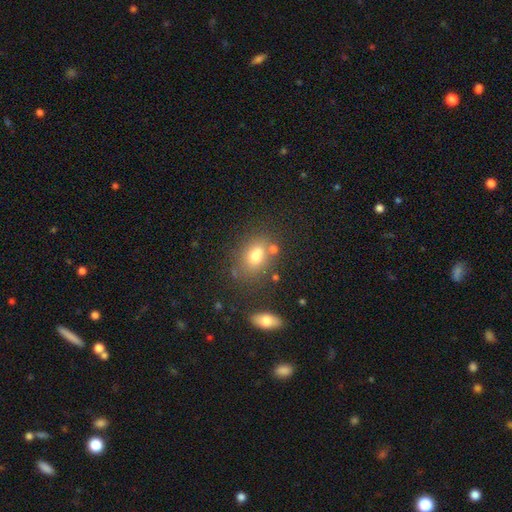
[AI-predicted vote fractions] Q: Smooth or featured?
A: smooth (74%); runner-up: featured or disk (14%)
Q: How rounded?
A: in between (72%); runner-up: round (26%)
Q: Merging?
A: none (64%); runner-up: merger (17%)